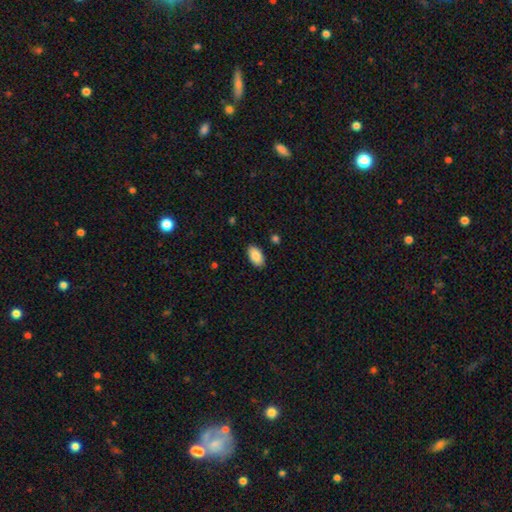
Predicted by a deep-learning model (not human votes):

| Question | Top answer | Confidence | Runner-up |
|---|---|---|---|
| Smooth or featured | smooth | 89% | star or artifact (7%) |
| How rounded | in between | 95% | round (3%) |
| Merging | none | 88% | minor disturbance (9%) |